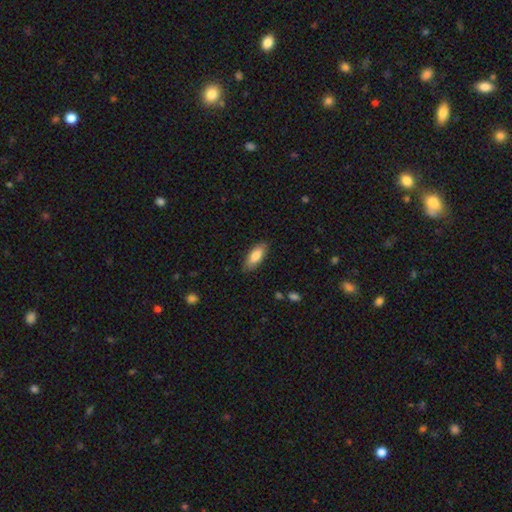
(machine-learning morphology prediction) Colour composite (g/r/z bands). It shows a smooth galaxy with no disk features (82%) that is in between round and cigar-shaped (76%). Merging: none (86%).